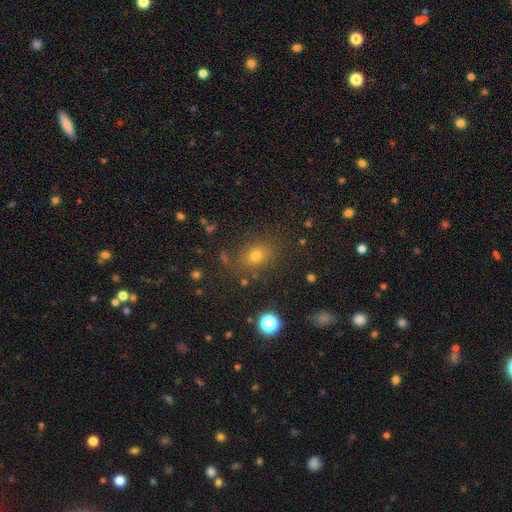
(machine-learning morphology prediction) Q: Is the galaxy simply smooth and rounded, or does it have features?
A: smooth — 67%.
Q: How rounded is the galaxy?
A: in between — 52%.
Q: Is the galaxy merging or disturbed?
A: none — 79%.